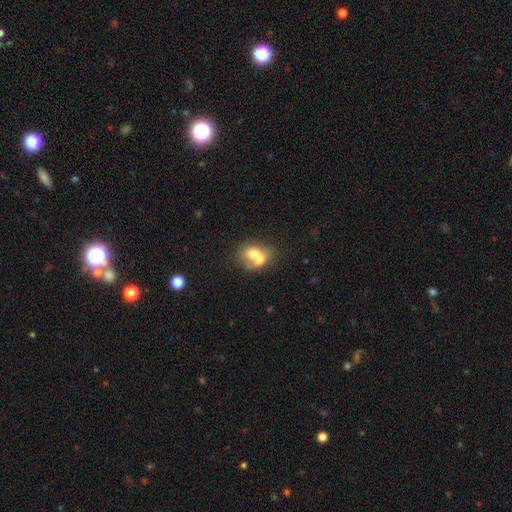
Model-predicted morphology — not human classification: This appears to be a smooth galaxy with no disk features (63%) that is in between round and cigar-shaped (51%). Merging: merger (66%).